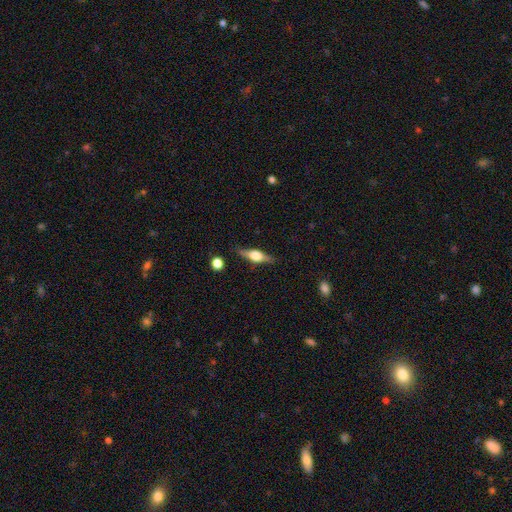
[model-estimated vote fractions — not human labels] A featured or disk galaxy (63%) viewed edge-on (95%) with a rounded central bulge (90%). Merging: none (83%).